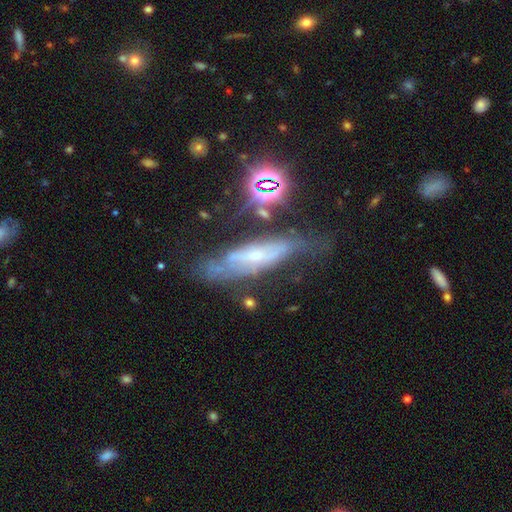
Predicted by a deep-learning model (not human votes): This is likely a featured or disk galaxy (65%). It is possibly not viewed edge-on (57%). Merging: possibly none (51%).